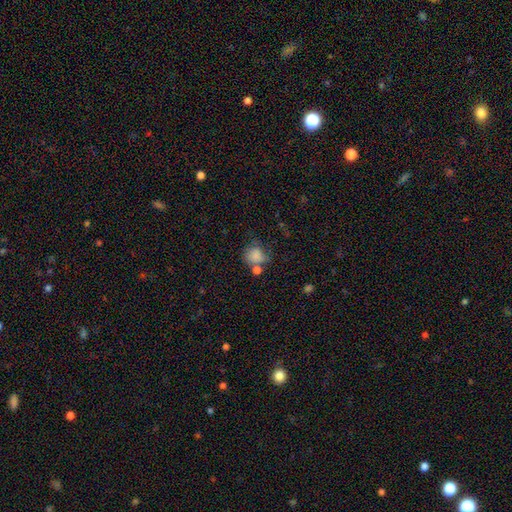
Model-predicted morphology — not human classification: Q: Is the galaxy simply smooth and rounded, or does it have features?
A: smooth — 79%.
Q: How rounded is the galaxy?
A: round — 72%.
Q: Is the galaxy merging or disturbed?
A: none — 45%.